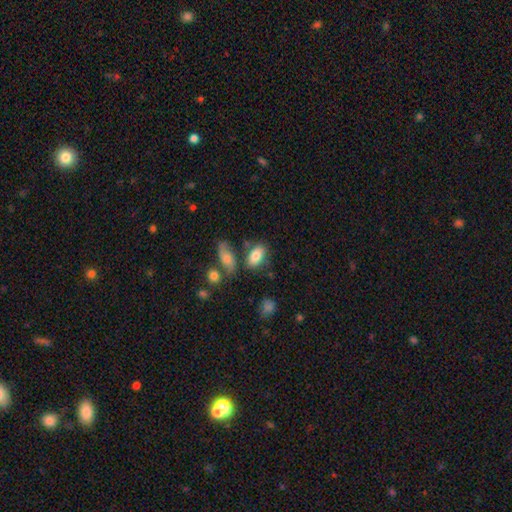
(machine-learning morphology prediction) smooth 81%, featured or disk 12%, star or artifact 7%. Down the decision tree: how rounded — in between (92%); merging — none (67%).